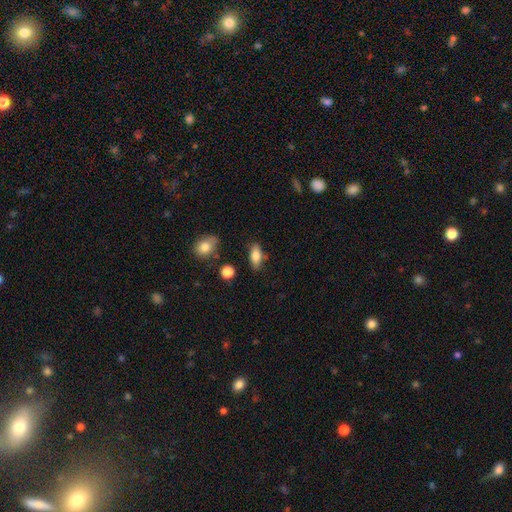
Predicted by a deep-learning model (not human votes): smooth 77%, featured or disk 16%, star or artifact 8%. Down the decision tree: how rounded — in between (79%); merging — none (77%).